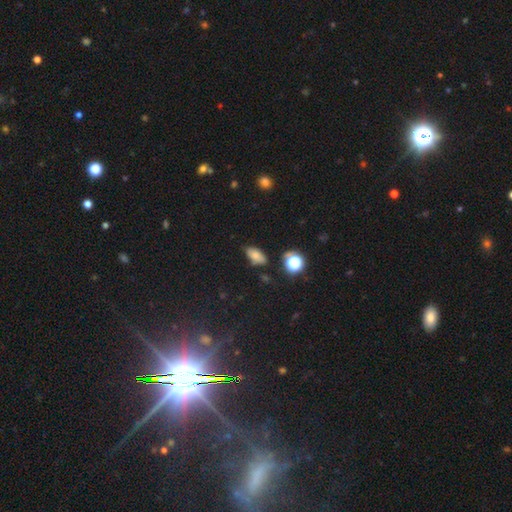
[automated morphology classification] Q: Smooth or featured?
A: smooth (76%); runner-up: star or artifact (15%)
Q: How rounded?
A: in between (87%); runner-up: round (8%)
Q: Merging?
A: none (73%); runner-up: minor disturbance (20%)